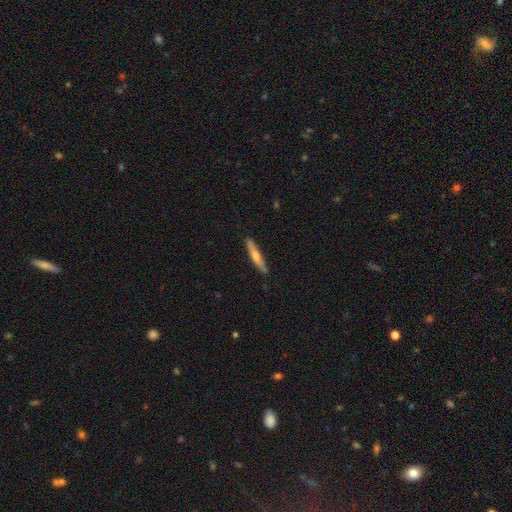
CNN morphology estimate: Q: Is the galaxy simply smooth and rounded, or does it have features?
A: smooth — 54%.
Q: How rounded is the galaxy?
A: cigar-shaped — 92%.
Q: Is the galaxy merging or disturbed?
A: none — 87%.